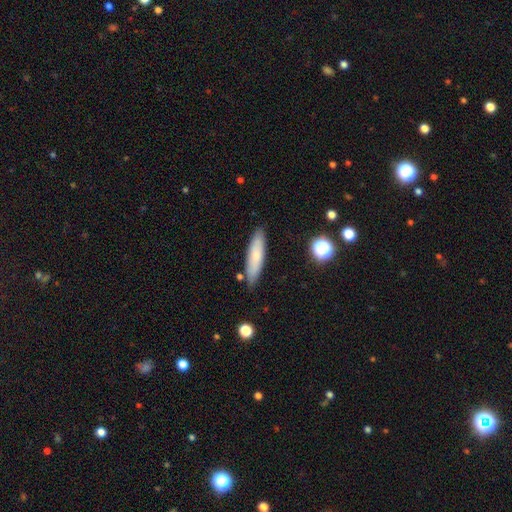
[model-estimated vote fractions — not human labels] Q: Smooth or featured?
A: smooth (71%); runner-up: featured or disk (22%)
Q: How rounded?
A: cigar-shaped (73%); runner-up: in between (25%)
Q: Merging?
A: none (85%); runner-up: minor disturbance (11%)